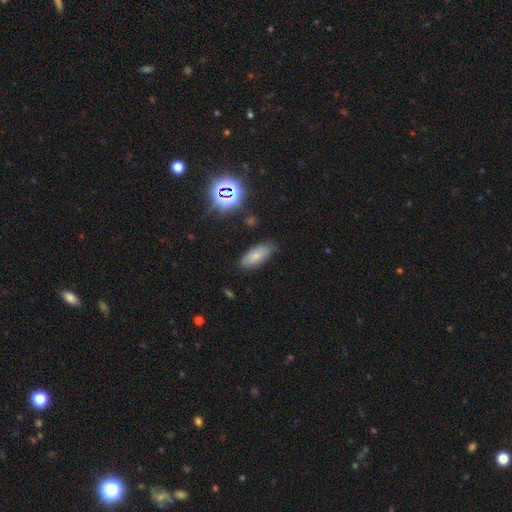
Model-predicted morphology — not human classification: smooth-or-featured: smooth: 71% | featured or disk: 16% | star or artifact: 12%
  how-rounded: in between: 86% | cigar-shaped: 11% | round: 3%
  merging: none: 78% | minor disturbance: 17% | major disturbance: 3% | merger: 2%